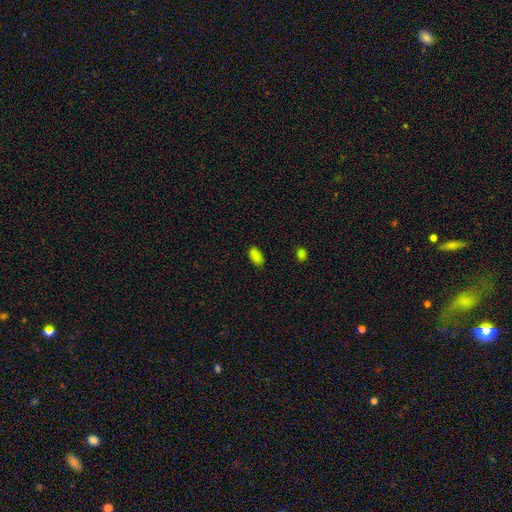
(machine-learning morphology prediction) The model was most divided on "merging": none: 81%, minor disturbance: 15%, major disturbance: 3%, merger: 2%. More confident: how rounded — in between (92%); smooth or featured — smooth (85%).